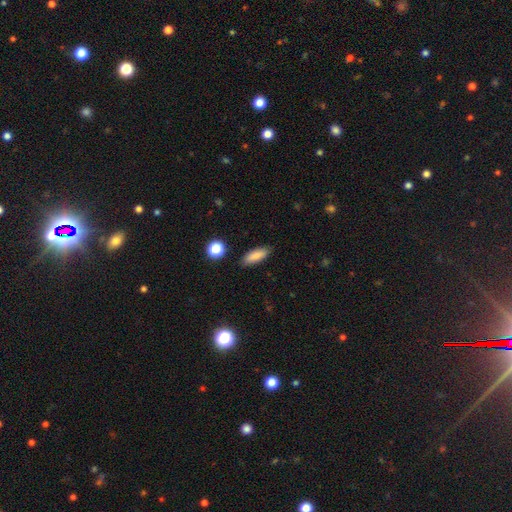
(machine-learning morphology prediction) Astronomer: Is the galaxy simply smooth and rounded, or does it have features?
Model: smooth — 85%.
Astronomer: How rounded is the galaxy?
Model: in between — 66%.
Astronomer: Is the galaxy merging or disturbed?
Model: none — 86%.